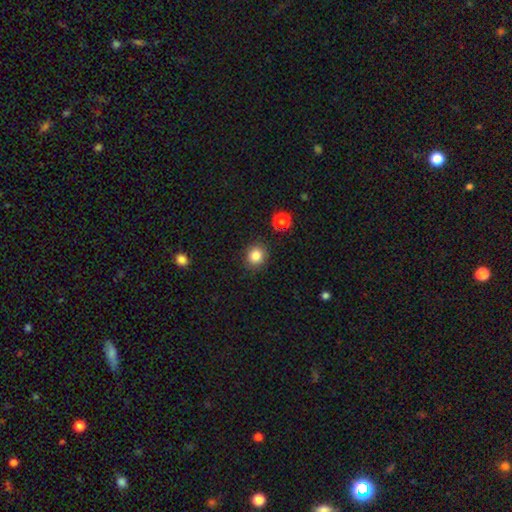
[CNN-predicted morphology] A smooth galaxy with no disk features (84%) that is round (82%). Merging: none (89%).